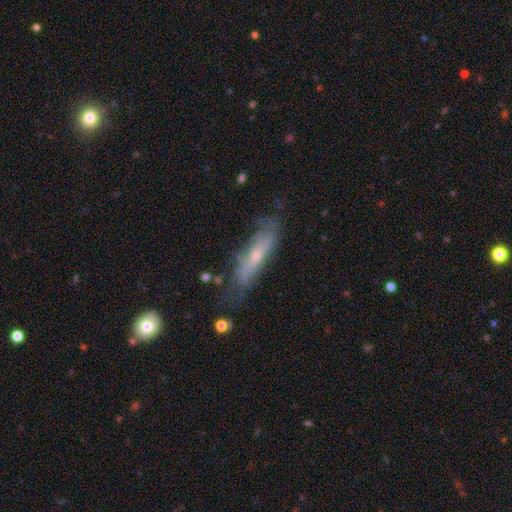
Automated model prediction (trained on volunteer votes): Overall: featured or disk (53%; smooth 39%). Edge-on disk: no (51%; yes 49%). Merging: none (61%; minor disturbance 25%).